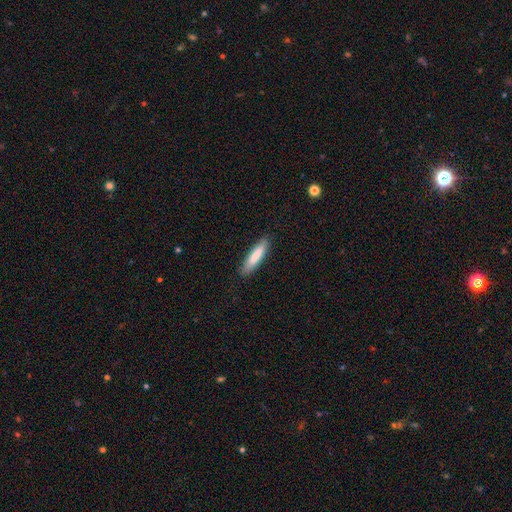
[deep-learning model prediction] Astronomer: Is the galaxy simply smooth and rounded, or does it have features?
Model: smooth — 82%.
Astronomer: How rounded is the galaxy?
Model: cigar-shaped — 78%.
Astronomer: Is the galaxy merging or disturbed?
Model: none — 85%.